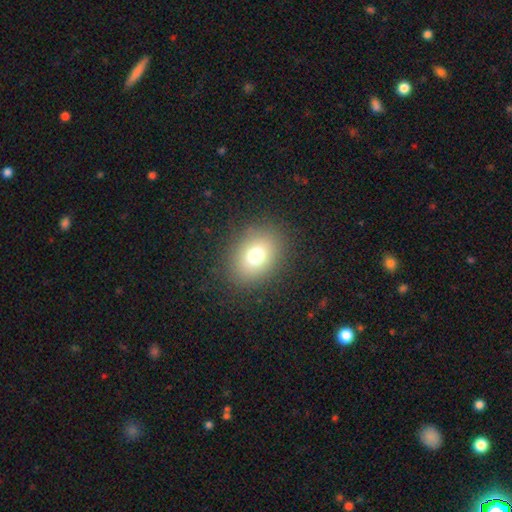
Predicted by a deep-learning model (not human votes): Smooth or featured: smooth — 73% (star or artifact — 15%)
How rounded: in between — 51% (round — 48%)
Merging: none — 86% (minor disturbance — 8%)